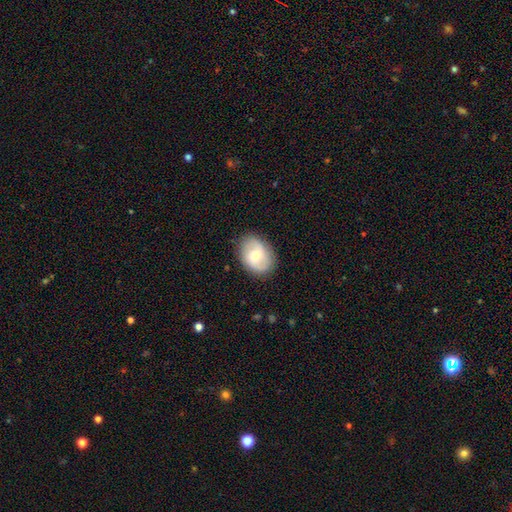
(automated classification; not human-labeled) smooth_or_featured: featured or disk (p=0.51) [alt: smooth p=0.43]
disk_edge_on: no (p=0.96) [alt: yes p=0.04]
merging: none (p=0.85) [alt: minor disturbance p=0.11]